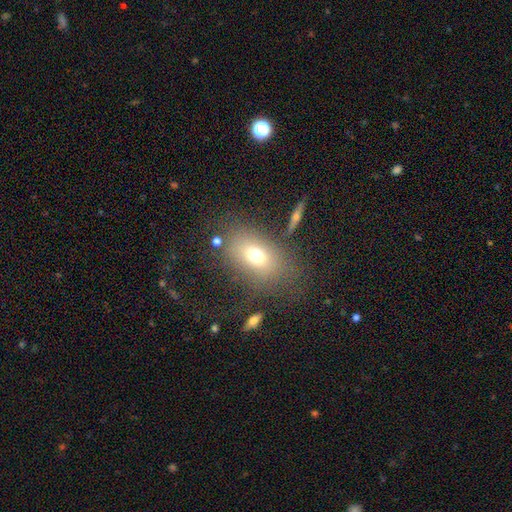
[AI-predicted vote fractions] This appears to be a smooth galaxy with no disk features (68%) that is in between round and cigar-shaped (74%). Merging: none (66%).